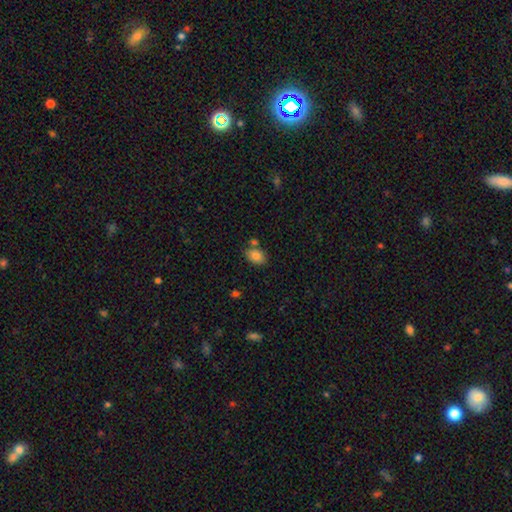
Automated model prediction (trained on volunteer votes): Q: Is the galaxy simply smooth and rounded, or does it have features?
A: smooth — 84%.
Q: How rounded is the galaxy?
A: in between — 80%.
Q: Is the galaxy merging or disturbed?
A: none — 67%.